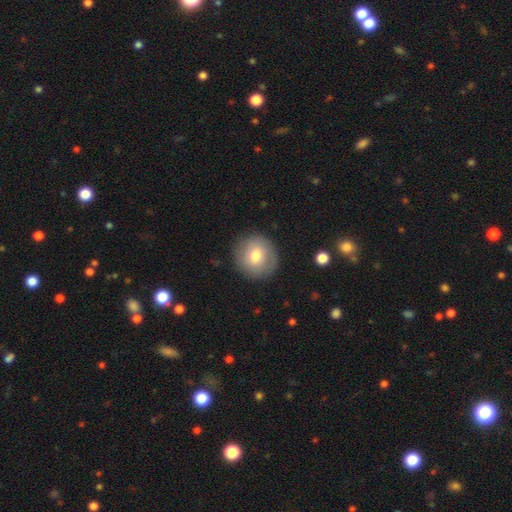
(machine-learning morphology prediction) This is likely a smooth galaxy (71%). How rounded: clearly round (90%). Merging: clearly none (87%).